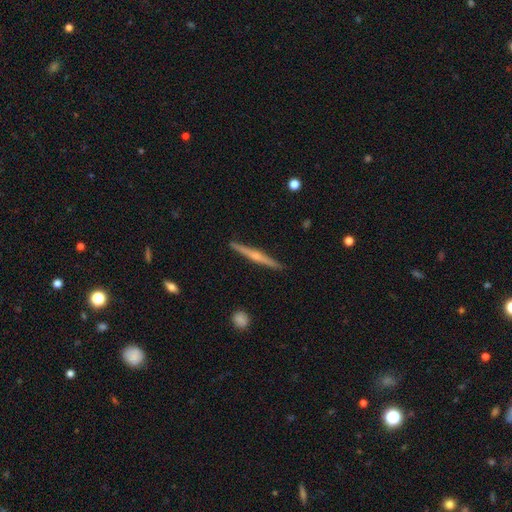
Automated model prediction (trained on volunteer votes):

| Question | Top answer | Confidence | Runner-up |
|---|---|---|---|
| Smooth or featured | featured or disk | 72% | smooth (22%) |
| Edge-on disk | yes | 98% | no (2%) |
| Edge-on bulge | rounded | 83% | none (13%) |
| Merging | none | 92% | minor disturbance (6%) |